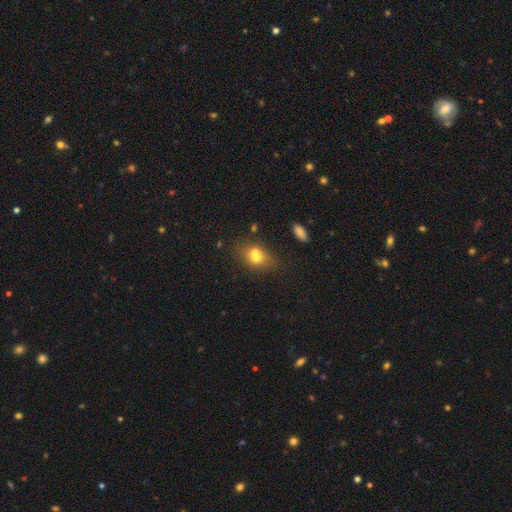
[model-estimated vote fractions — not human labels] Smooth or featured?
  - smooth: 70% *
  - featured or disk: 19%
  - star or artifact: 12%
How rounded?
  - in between: 62% *
  - round: 36%
  - cigar-shaped: 2%
Merging?
  - merger: 40% * (tied)
  - none: 40% * (tied)
  - minor disturbance: 14%
  - major disturbance: 6%